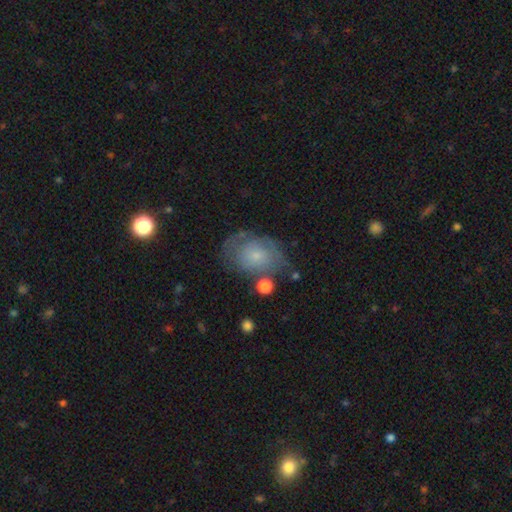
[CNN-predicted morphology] A smooth galaxy with no disk features (47%). Merging: none (57%).